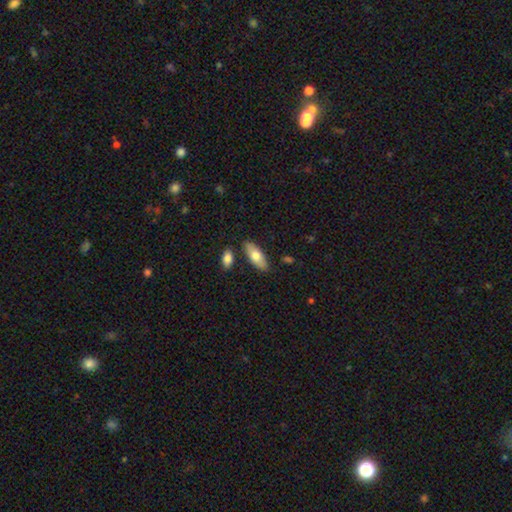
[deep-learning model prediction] Overall: smooth (72%). How rounded: in between (81%). Merging: none (82%).